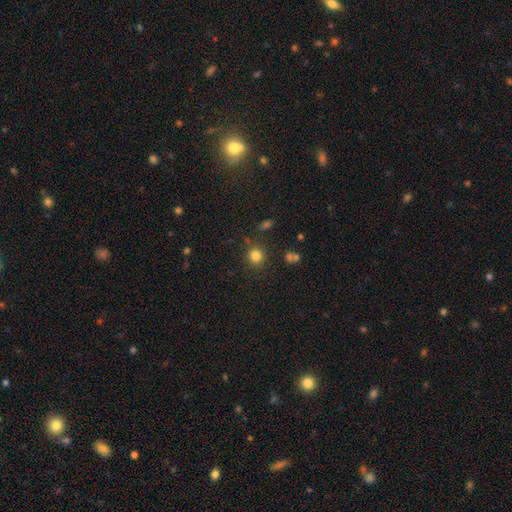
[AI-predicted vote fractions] This appears to be a smooth galaxy with no disk features (81%) that is round (90%). Merging: none (83%).